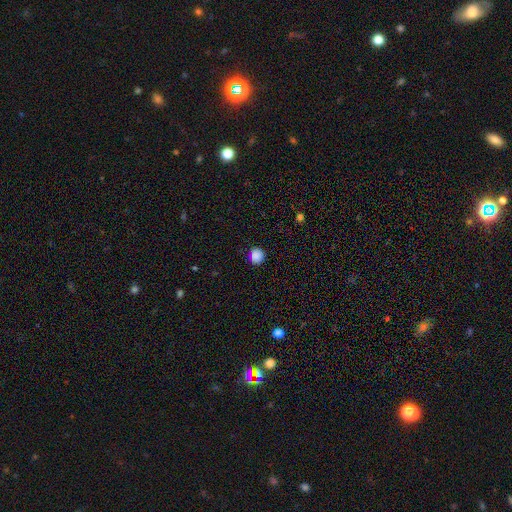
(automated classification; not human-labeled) Smooth or featured?
  - smooth: 86% *
  - star or artifact: 10%
  - featured or disk: 3%
How rounded?
  - round: 81% *
  - in between: 18%
  - cigar-shaped: 1%
Merging?
  - none: 85% *
  - minor disturbance: 11%
  - major disturbance: 3%
  - merger: 1%